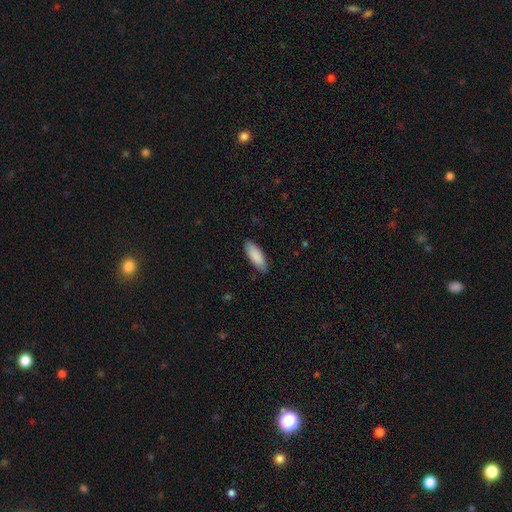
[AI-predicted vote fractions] A smooth galaxy with no disk features (89%) that is in between round and cigar-shaped (75%).

Vote fractions:
- Smooth or featured? smooth: 89% / featured or disk: 6% / star or artifact: 5%
- How rounded? in between: 75% / cigar-shaped: 24% / round: 1%
- Merging? none: 86% / minor disturbance: 11% / major disturbance: 2% / merger: 1%